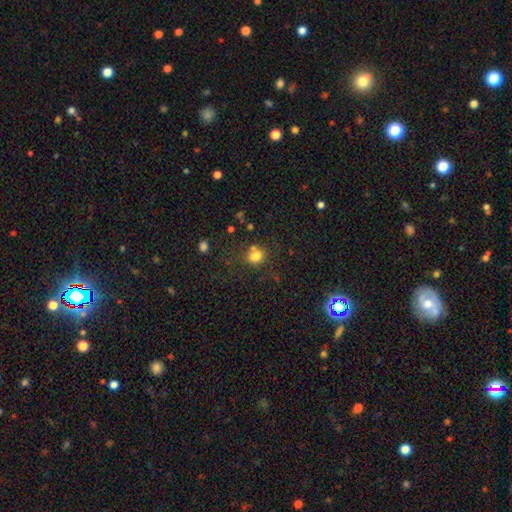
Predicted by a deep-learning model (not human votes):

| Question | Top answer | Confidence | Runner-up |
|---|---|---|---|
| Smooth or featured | smooth | 76% | star or artifact (15%) |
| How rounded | round | 59% | in between (39%) |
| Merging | none | 56% | merger (24%) |